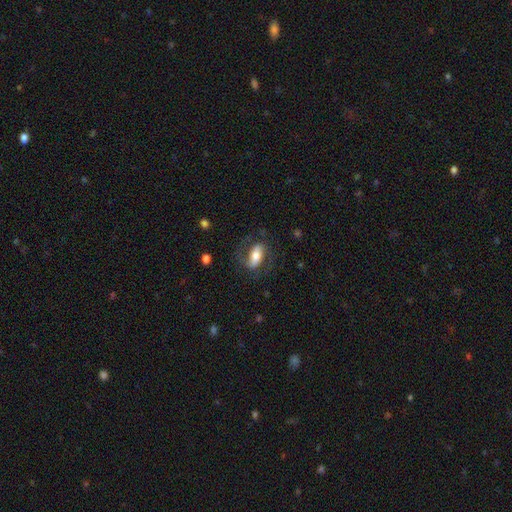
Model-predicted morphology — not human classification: smooth_or_featured: featured or disk (p=0.55) [alt: smooth p=0.38]
disk_edge_on: no (p=0.90) [alt: yes p=0.10]
merging: none (p=0.66) [alt: minor disturbance p=0.18]